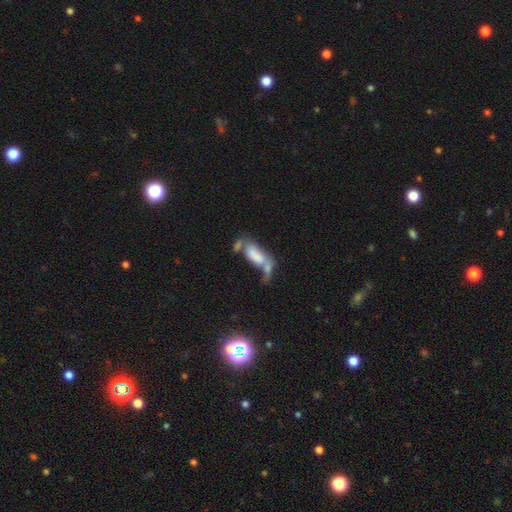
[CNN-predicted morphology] This appears to be a smooth galaxy with no disk features (66%) that is in between round and cigar-shaped (80%). Merging: merger (55%).